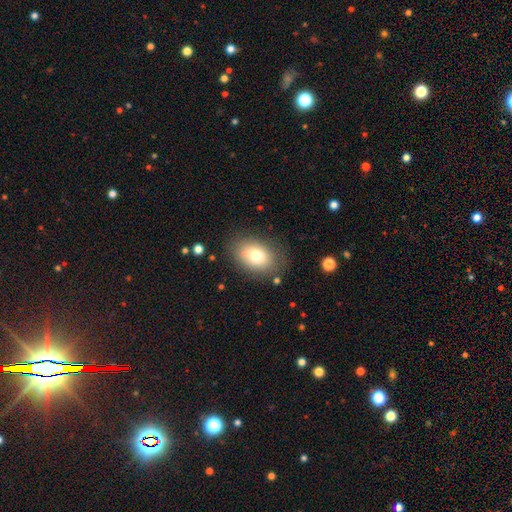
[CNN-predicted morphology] smooth_or_featured: smooth (p=0.77) [alt: featured or disk p=0.14]
how_rounded: in between (p=0.82) [alt: round p=0.17]
merging: none (p=0.79) [alt: minor disturbance p=0.14]